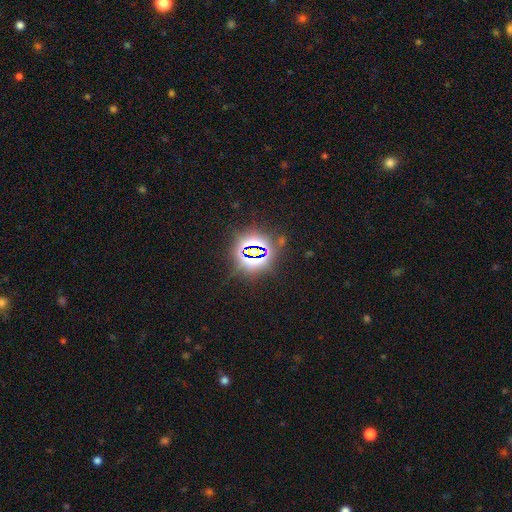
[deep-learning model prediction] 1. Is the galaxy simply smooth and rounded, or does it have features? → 81% star or artifact, 12% smooth, 7% featured or disk.